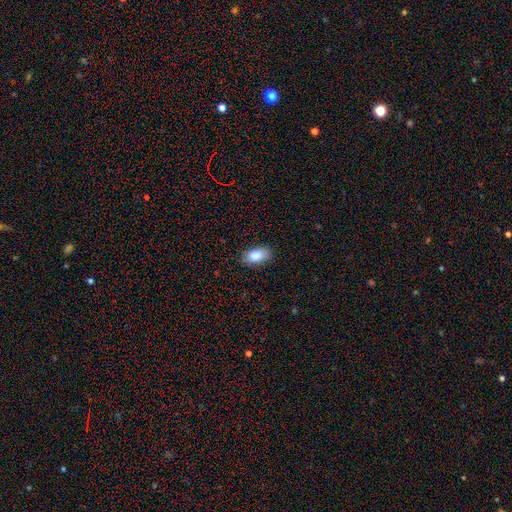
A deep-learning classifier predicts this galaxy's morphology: Smooth or featured? smooth (85%)
How rounded? in between (92%)
Merging? none (83%)